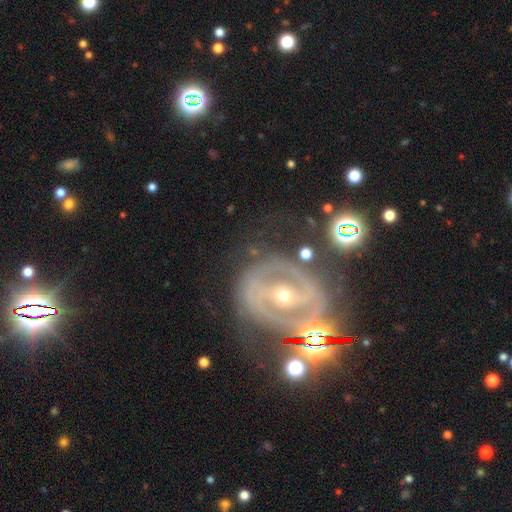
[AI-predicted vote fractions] smooth-or-featured: featured or disk: 81% | star or artifact: 11% | smooth: 9%
  disk-edge-on: no: 96% | yes: 4%
    bar: strong: 40% | weak: 32% | no: 29%
    has-spiral-arms: yes: 88% | no: 12%
      spiral-winding: tight: 49% | medium: 40% | loose: 10%
      spiral-arm-count: 2: 68% | can't tell: 15% | 3: 9% | 1: 3% | 4: 3% | more than 4: 2%
    bulge-size: small: 61% | moderate: 36% | large: 2% | none: 1% | dominant: 1%
  merging: none: 63% | minor disturbance: 18% | major disturbance: 13% | merger: 6%